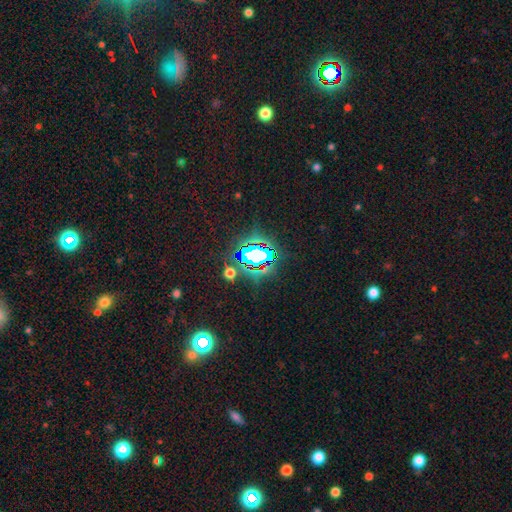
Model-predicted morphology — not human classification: Smooth or featured? Predicted: star or artifact (p=0.71).